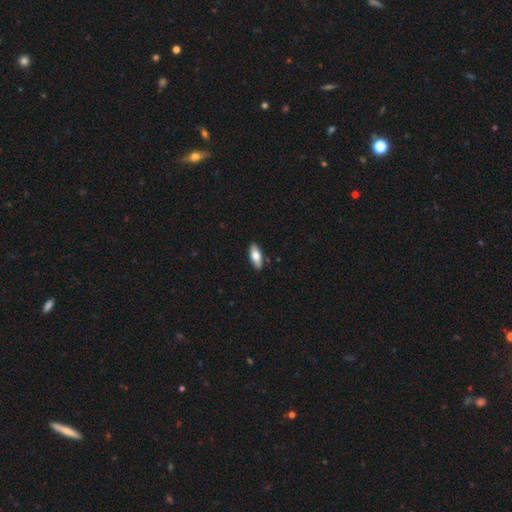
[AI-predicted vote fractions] Smooth or featured: smooth — 67% (featured or disk — 28%)
How rounded: in between — 75% (cigar-shaped — 23%)
Merging: none — 87% (minor disturbance — 10%)